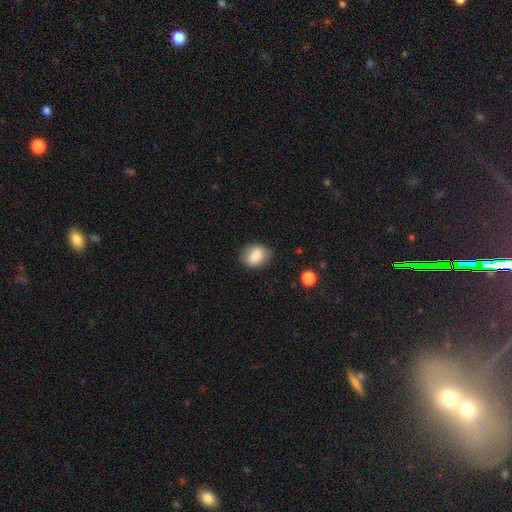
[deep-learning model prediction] smooth 84%, star or artifact 8%, featured or disk 8%. Down the decision tree: how rounded — in between (55%); merging — none (79%).